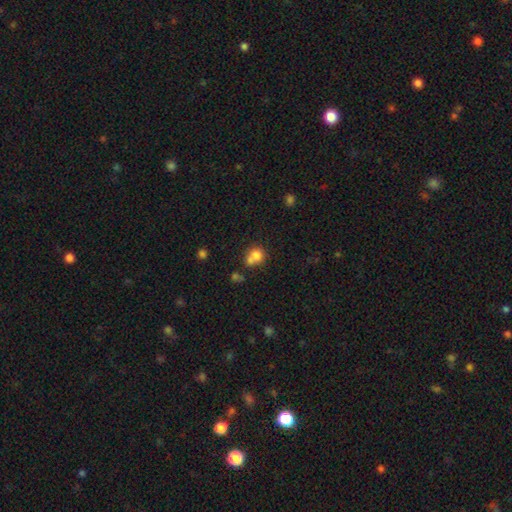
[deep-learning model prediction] Smooth or featured?
  - smooth: 76% *
  - featured or disk: 12%
  - star or artifact: 11%
How rounded?
  - round: 78% *
  - in between: 21%
  - cigar-shaped: 1%
Merging?
  - merger: 46% *
  - none: 39%
  - minor disturbance: 11%
  - major disturbance: 5%